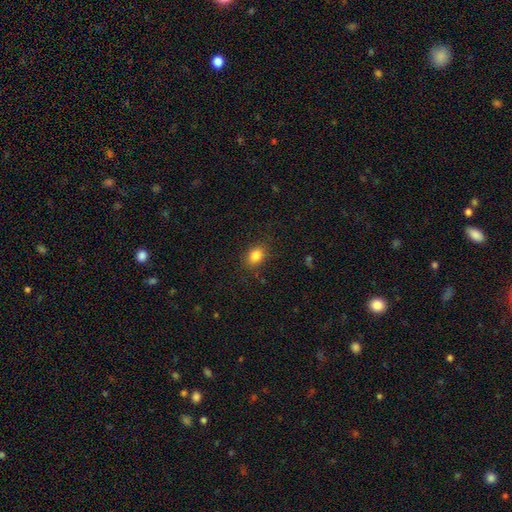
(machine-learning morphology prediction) smooth-or-featured: smooth: 84% | star or artifact: 10% | featured or disk: 6%
  how-rounded: in between: 67% | round: 32% | cigar-shaped: 1%
  merging: none: 83% | minor disturbance: 12% | major disturbance: 3% | merger: 1%